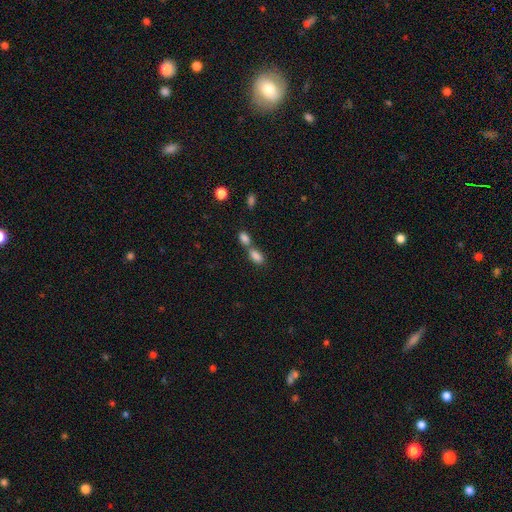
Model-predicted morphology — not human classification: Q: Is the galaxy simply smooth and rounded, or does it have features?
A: smooth — 84%.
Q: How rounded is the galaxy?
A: in between — 88%.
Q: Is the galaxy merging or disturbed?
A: merger — 61%.